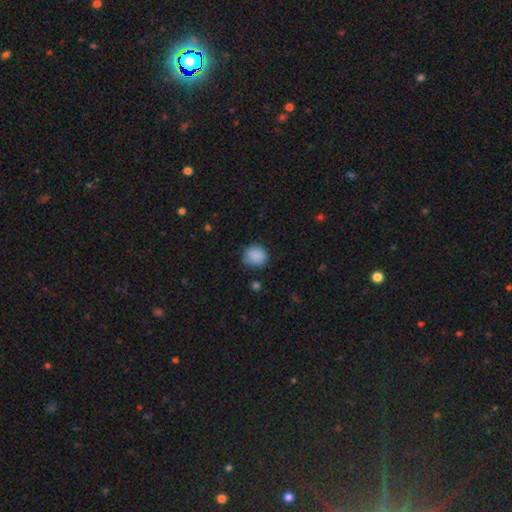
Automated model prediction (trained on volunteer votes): Overall: smooth (87%). How rounded: round (78%). Merging: none (78%).